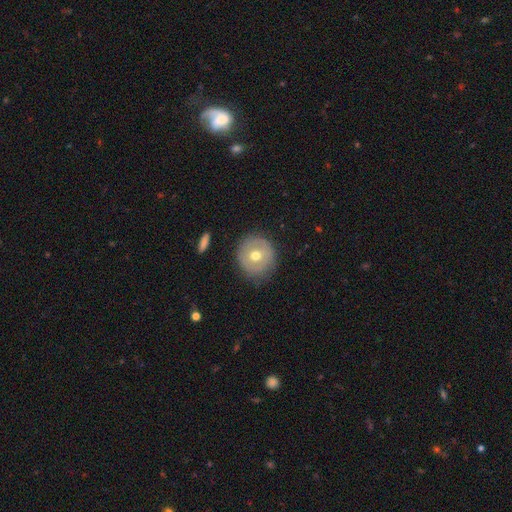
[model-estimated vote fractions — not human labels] Overall: smooth (55%; featured or disk 37%). How rounded: round (90%). Merging: none (82%).